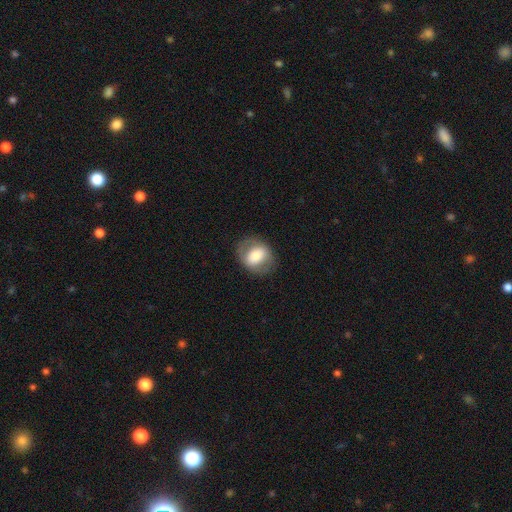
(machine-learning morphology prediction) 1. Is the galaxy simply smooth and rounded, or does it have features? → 59% smooth, 34% featured or disk, 7% star or artifact.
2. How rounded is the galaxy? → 53% in between, 45% round, 1% cigar-shaped.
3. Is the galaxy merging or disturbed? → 79% none, 13% minor disturbance, 7% major disturbance, 1% merger.